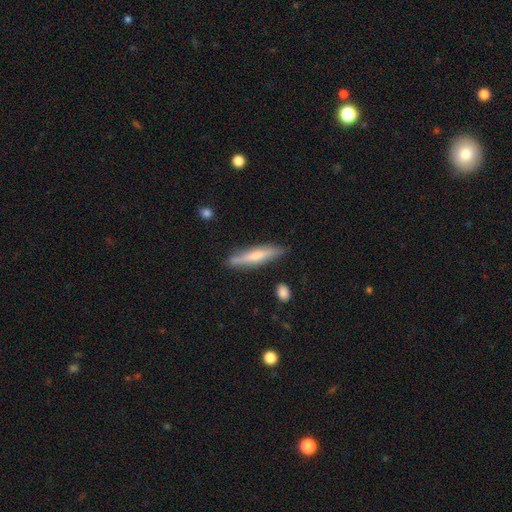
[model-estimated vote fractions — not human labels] Morphology: type=smooth (54%); roundness=cigar-shaped (88%); merging=none (83%).